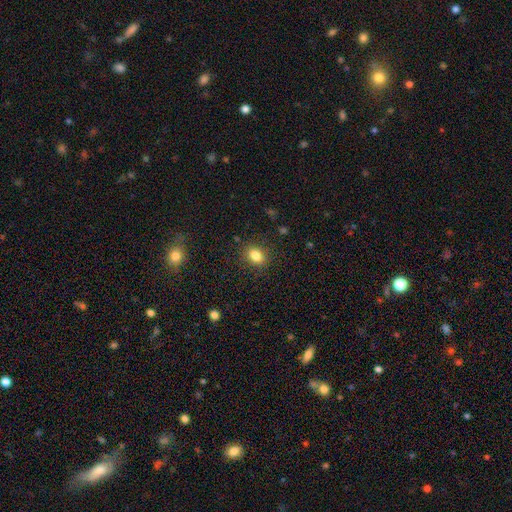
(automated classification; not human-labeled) A smooth galaxy with no disk features (83%) that is in between round and cigar-shaped (60%). Merging: none (86%).